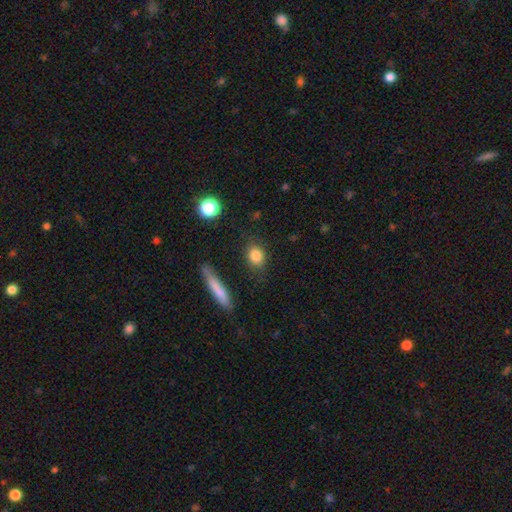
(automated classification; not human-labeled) A smooth galaxy with no disk features (83%) that is round (49%). Merging: none (82%).